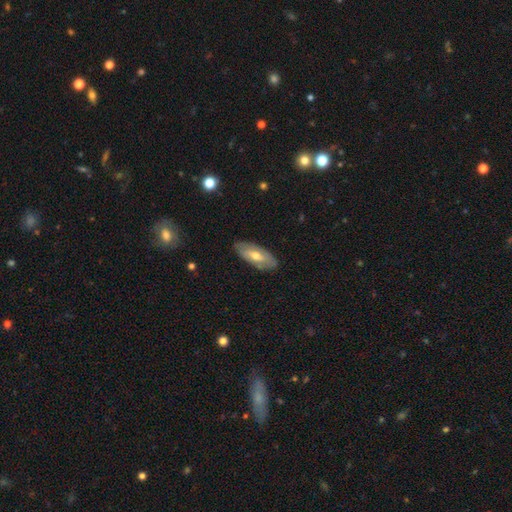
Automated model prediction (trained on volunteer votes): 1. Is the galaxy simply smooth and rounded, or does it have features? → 50% featured or disk, 44% smooth, 6% star or artifact.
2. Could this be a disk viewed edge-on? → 79% no, 21% yes.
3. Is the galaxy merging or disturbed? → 81% none, 15% minor disturbance, 3% major disturbance, 1% merger.